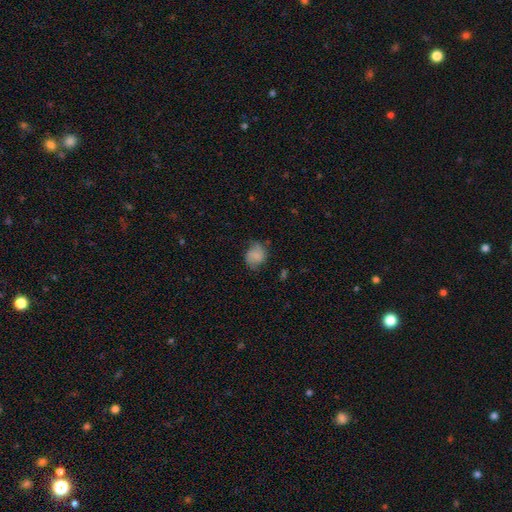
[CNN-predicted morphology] smooth-or-featured: smooth: 62% | featured or disk: 28% | star or artifact: 10%
  how-rounded: round: 55% | in between: 44% | cigar-shaped: 1%
  merging: none: 59% | minor disturbance: 28% | major disturbance: 12% | merger: 2%